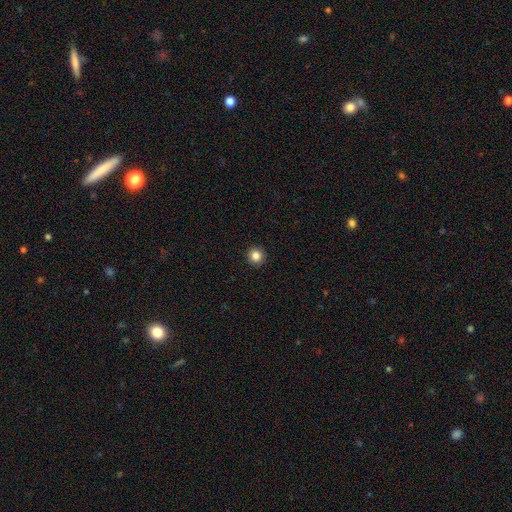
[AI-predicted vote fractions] A smooth galaxy with no disk features (85%) that is round (95%).

Vote fractions:
- Smooth or featured? smooth: 85% / star or artifact: 11% / featured or disk: 5%
- How rounded? round: 95% / in between: 4% / cigar-shaped: 1%
- Merging? none: 94% / minor disturbance: 4% / major disturbance: 1% / merger: 1%